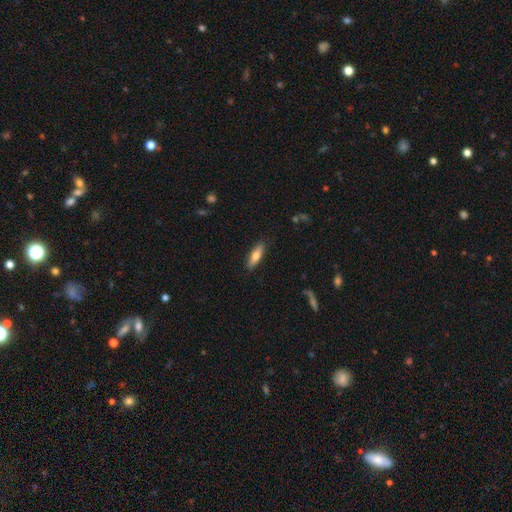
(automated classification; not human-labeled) Overall: smooth (70%). How rounded: cigar-shaped (53%; in between 45%). Merging: none (87%).